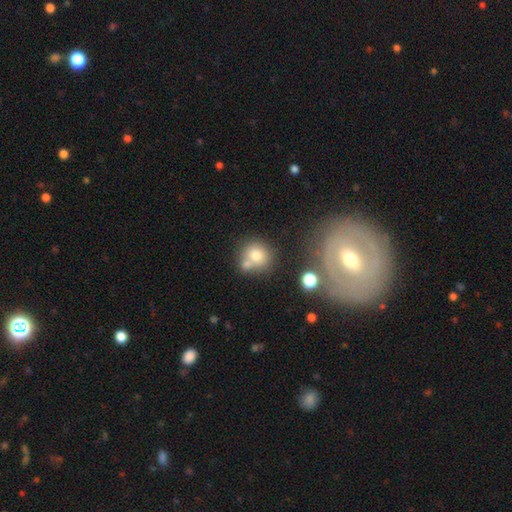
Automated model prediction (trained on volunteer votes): smooth-or-featured: smooth: 74% | featured or disk: 14% | star or artifact: 12%
  how-rounded: round: 86% | in between: 13% | cigar-shaped: 1%
  merging: none: 50% | merger: 34% | minor disturbance: 12% | major disturbance: 5%